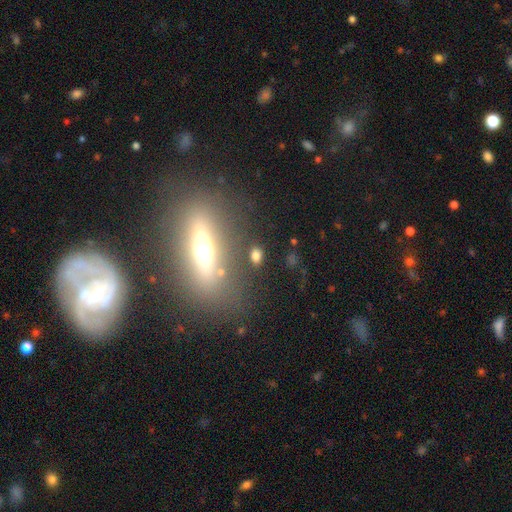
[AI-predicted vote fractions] smooth 66%, featured or disk 17%, star or artifact 17%. Down the decision tree: how rounded — in between (67%); merging — none (82%).